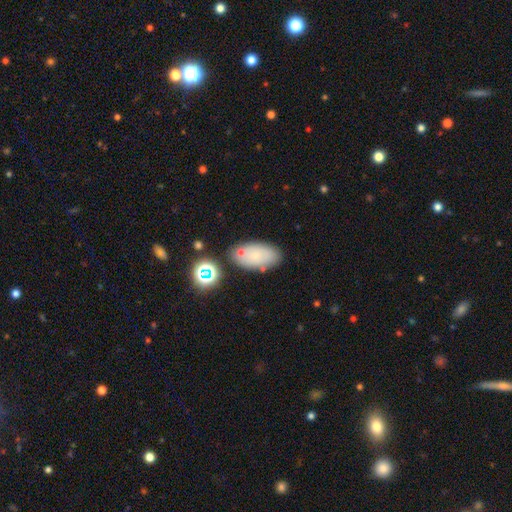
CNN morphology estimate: This appears to be a smooth galaxy with no disk features (75%) that is in between round and cigar-shaped (93%). Merging: none (73%).